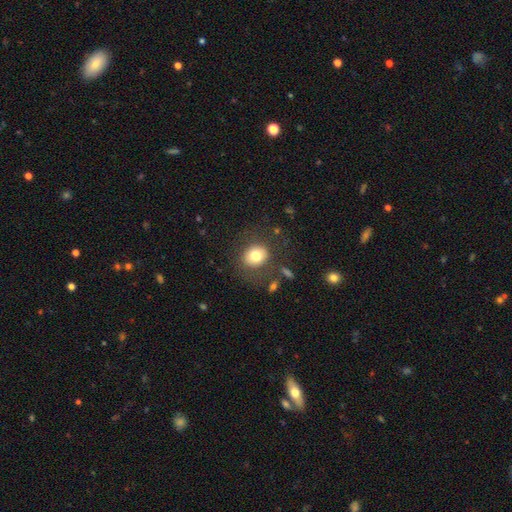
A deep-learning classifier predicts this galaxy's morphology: smooth_or_featured: smooth (p=0.75) [alt: featured or disk p=0.15]
how_rounded: round (p=0.67) [alt: in between p=0.32]
merging: none (p=0.76) [alt: minor disturbance p=0.13]